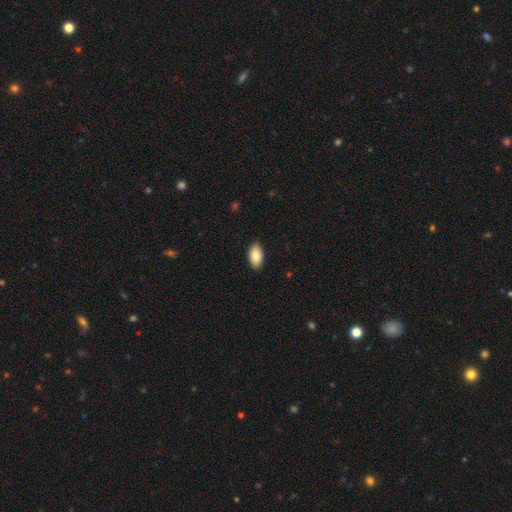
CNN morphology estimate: type=smooth (85%); roundness=in between (95%); merging=none (90%).